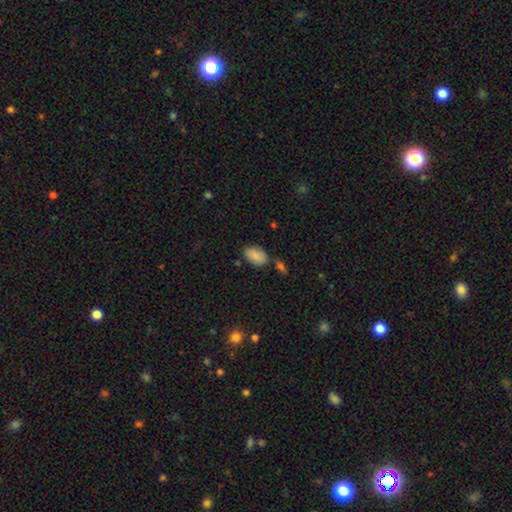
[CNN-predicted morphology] smooth_or_featured: smooth (p=0.83) [alt: featured or disk p=0.10]
how_rounded: in between (p=0.91) [alt: round p=0.08]
merging: none (p=0.70) [alt: minor disturbance p=0.17]